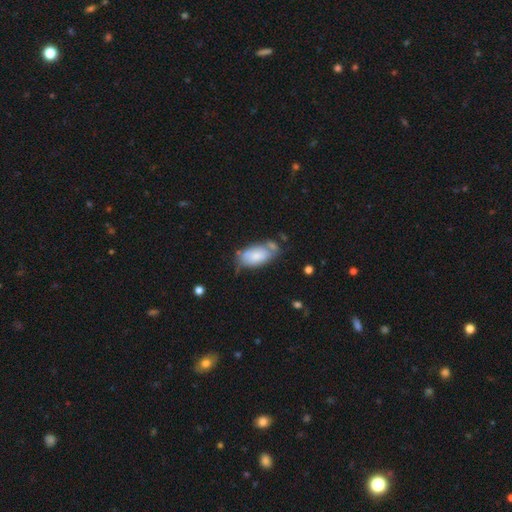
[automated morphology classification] smooth 68%, featured or disk 26%, star or artifact 7%. Down the decision tree: how rounded — in between (93%); merging — none (45%).